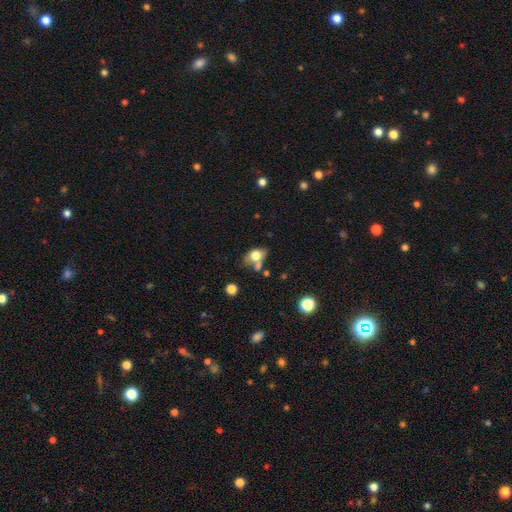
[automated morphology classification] smooth 72%, featured or disk 18%, star or artifact 10%. Down the decision tree: how rounded — in between (76%); merging — none (41%).